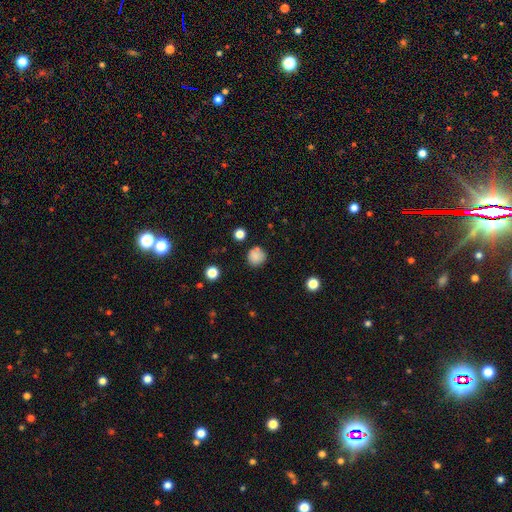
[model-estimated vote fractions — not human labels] Morphology: type=smooth (83%); roundness=round (91%); merging=none (78%).